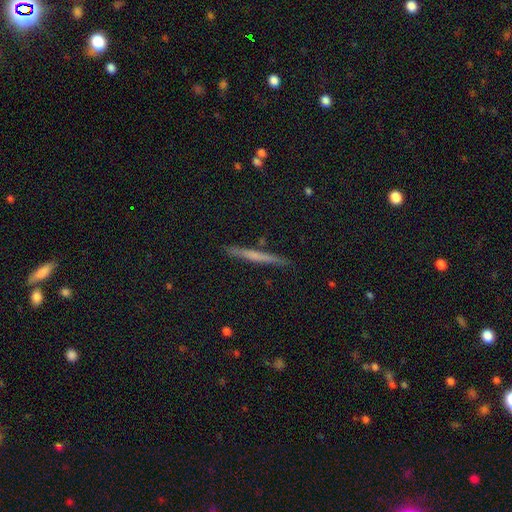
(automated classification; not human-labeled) Smooth or featured?
  - smooth: 50% *
  - featured or disk: 42%
  - star or artifact: 8%
How rounded?
  - cigar-shaped: 96% *
  - in between: 2%
  - round: 2%
Merging?
  - none: 89% *
  - minor disturbance: 8%
  - major disturbance: 2%
  - merger: 2%